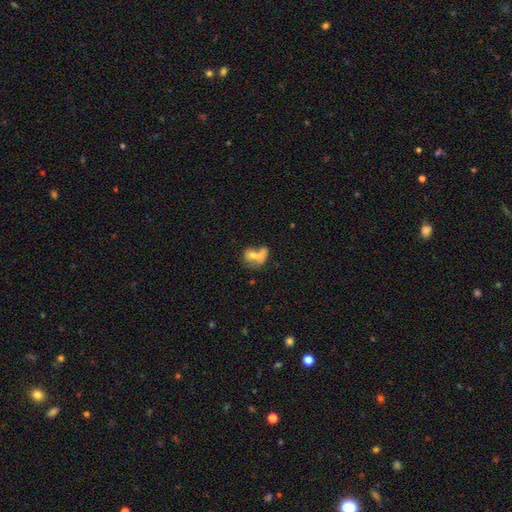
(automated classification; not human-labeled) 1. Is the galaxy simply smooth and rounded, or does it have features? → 62% smooth, 29% featured or disk, 9% star or artifact.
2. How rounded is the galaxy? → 54% in between, 45% round, 2% cigar-shaped.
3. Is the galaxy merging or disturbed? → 68% merger, 18% none, 8% minor disturbance, 7% major disturbance.